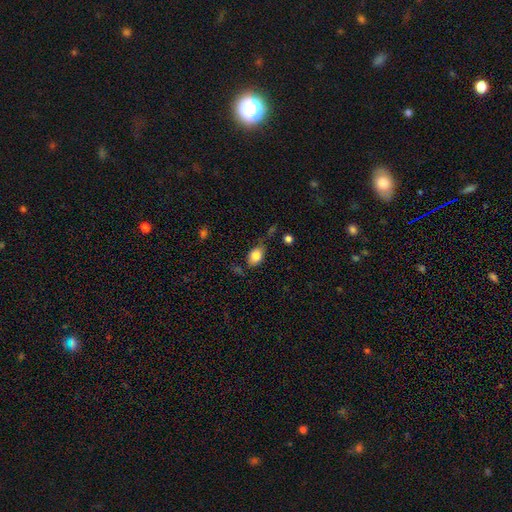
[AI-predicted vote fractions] The model was most divided on "merging": none: 61%, minor disturbance: 25%, major disturbance: 9%, merger: 5%. More confident: smooth or featured — smooth (82%); how rounded — in between (79%).